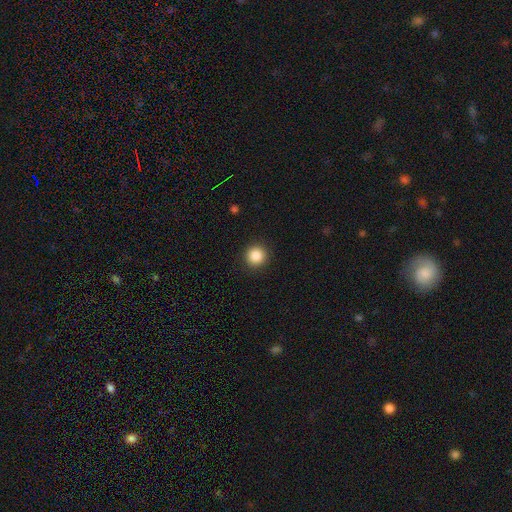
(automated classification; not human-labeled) The model was most divided on "smooth or featured": smooth: 87%, star or artifact: 10%, featured or disk: 3%. More confident: how rounded — round (95%); merging — none (92%).